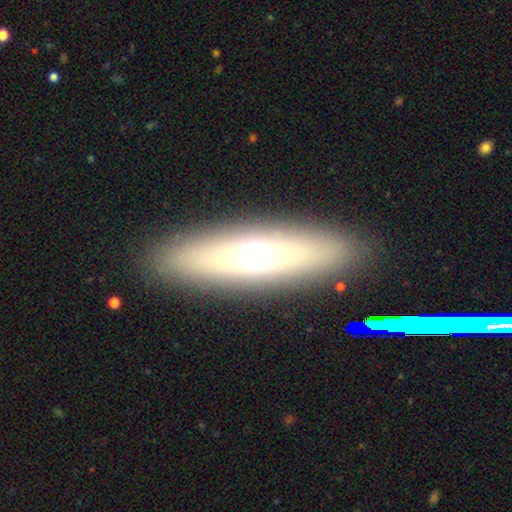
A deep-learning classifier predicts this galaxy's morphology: The model was most divided on "how rounded": cigar-shaped: 56%, in between: 40%, round: 4%. More confident: merging — none (88%); smooth or featured — smooth (54%).